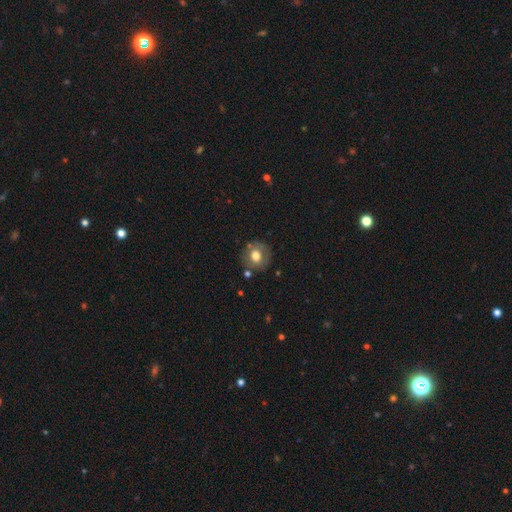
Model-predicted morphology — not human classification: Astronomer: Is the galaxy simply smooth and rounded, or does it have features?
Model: smooth — 66%.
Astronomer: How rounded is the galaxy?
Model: round — 84%.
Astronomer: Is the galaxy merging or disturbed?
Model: none — 77%.